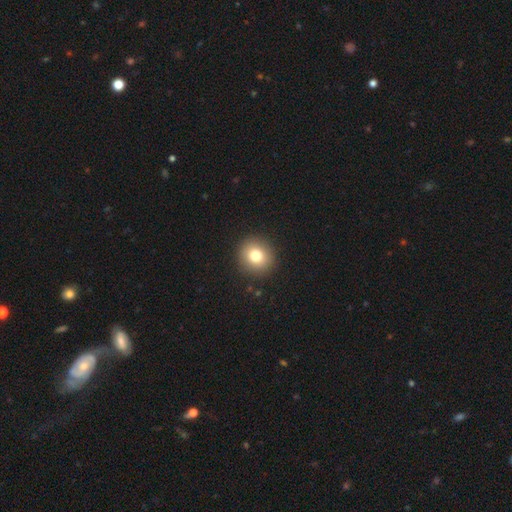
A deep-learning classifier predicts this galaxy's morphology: smooth_or_featured: smooth (p=0.80) [alt: star or artifact p=0.11]
how_rounded: round (p=0.88) [alt: in between p=0.11]
merging: none (p=0.91) [alt: minor disturbance p=0.05]